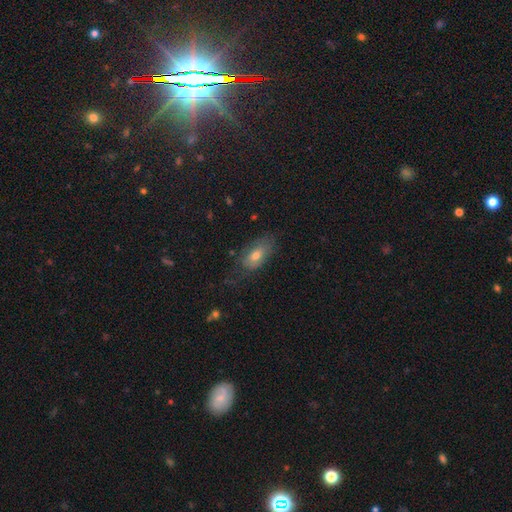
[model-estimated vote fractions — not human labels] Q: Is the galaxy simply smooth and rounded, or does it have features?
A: smooth — 64%.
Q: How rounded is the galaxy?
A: in between — 87%.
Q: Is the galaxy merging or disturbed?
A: none — 61%.